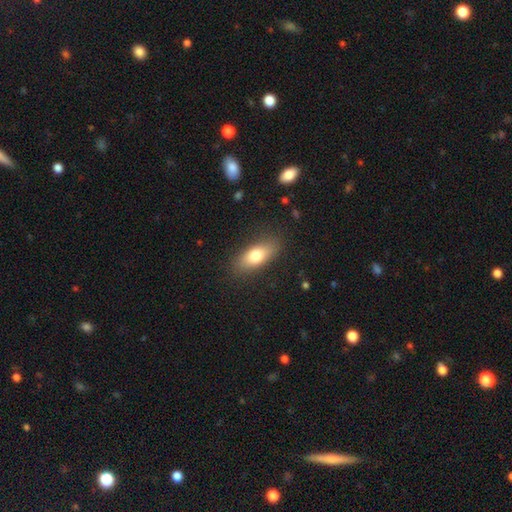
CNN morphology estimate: Smooth or featured? smooth (75%)
How rounded? in between (75%)
Merging? none (84%)